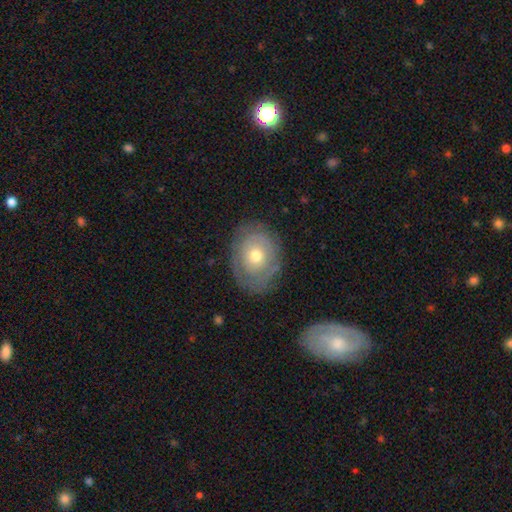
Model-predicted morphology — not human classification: type=featured or disk (51%); edge-on=no (94%); merging=none (74%).